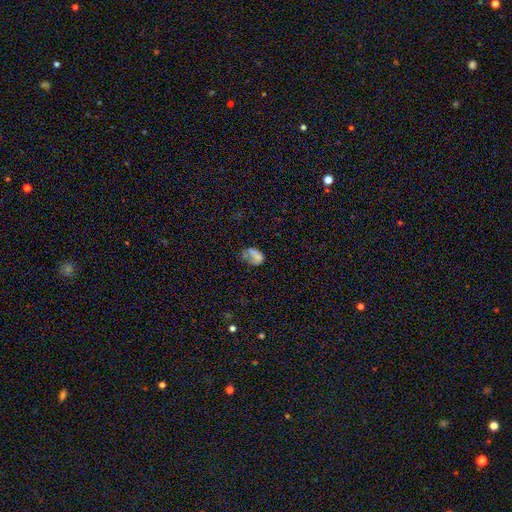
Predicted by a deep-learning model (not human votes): Smooth or featured? smooth (61%)
How rounded? in between (78%)
Merging? major disturbance (31%)